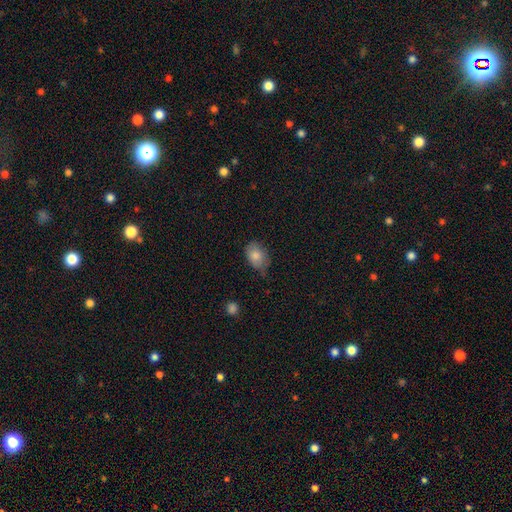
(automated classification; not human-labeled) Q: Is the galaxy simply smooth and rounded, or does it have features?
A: smooth — 81%.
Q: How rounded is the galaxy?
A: in between — 80%.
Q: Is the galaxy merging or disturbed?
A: none — 58%.